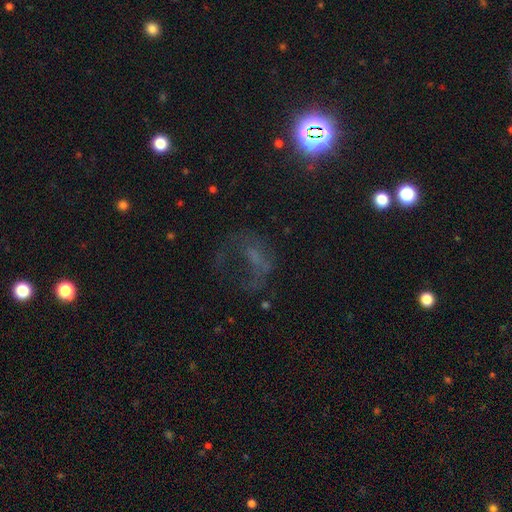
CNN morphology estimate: type=star or artifact (39%).